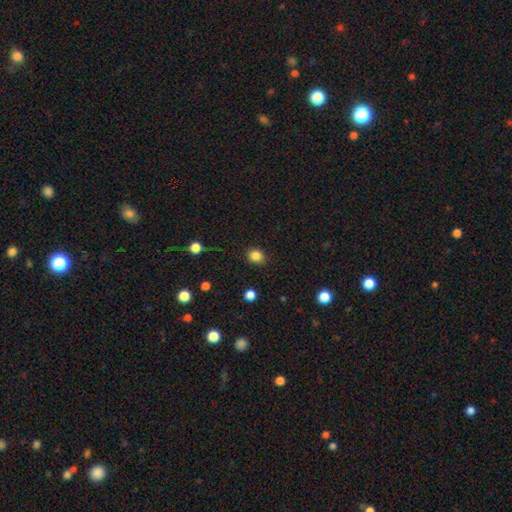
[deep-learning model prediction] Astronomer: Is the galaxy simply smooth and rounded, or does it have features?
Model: smooth — 85%.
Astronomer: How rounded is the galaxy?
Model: round — 66%.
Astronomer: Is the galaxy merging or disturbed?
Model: none — 86%.